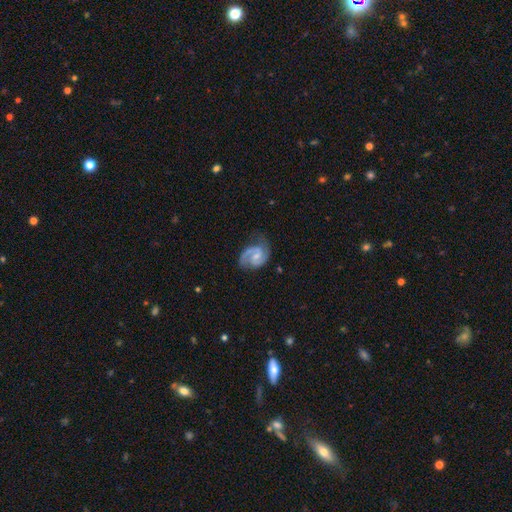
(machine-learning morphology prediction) Q: Smooth or featured?
A: featured or disk (89%); runner-up: smooth (7%)
Q: Edge-on disk?
A: no (98%); runner-up: yes (2%)
Q: Bar?
A: weak (51%); runner-up: no (38%)
Q: Spiral arms?
A: yes (98%); runner-up: no (2%)
Q: Spiral winding?
A: medium (57%); runner-up: tight (29%)
Q: Spiral arm count?
A: 2 (89%); runner-up: 1 (4%)
Q: Bulge size?
A: small (54%); runner-up: moderate (31%)
Q: Merging?
A: none (69%); runner-up: minor disturbance (21%)